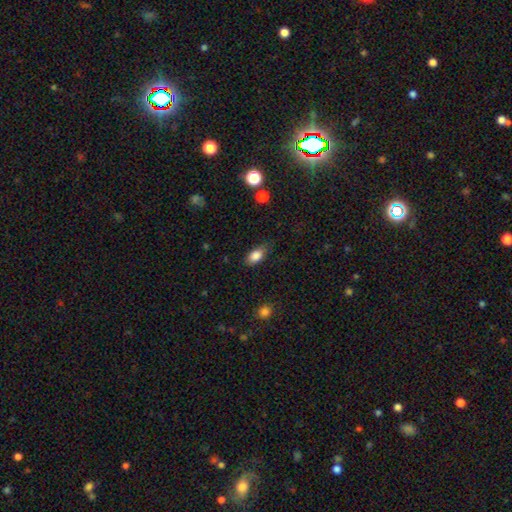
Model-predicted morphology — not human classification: A smooth galaxy with no disk features (85%) that is in between round and cigar-shaped (88%).

Vote fractions:
- Smooth or featured? smooth: 85% / star or artifact: 8% / featured or disk: 7%
- How rounded? in between: 88% / round: 8% / cigar-shaped: 4%
- Merging? none: 73% / minor disturbance: 21% / major disturbance: 5% / merger: 1%